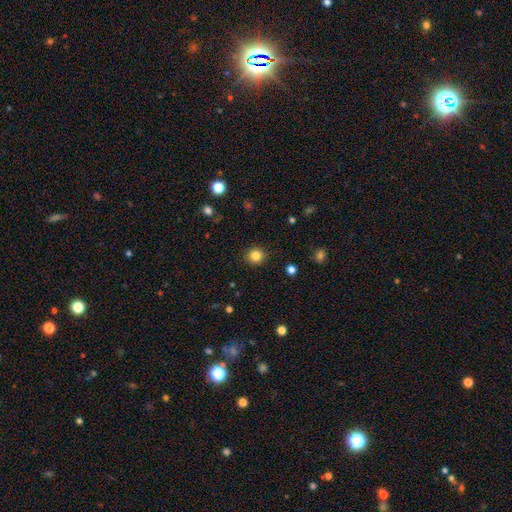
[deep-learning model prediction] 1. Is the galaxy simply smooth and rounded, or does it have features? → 83% smooth, 12% star or artifact, 5% featured or disk.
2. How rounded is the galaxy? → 91% round, 8% in between, 1% cigar-shaped.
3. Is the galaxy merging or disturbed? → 90% none, 6% minor disturbance, 2% major disturbance, 1% merger.